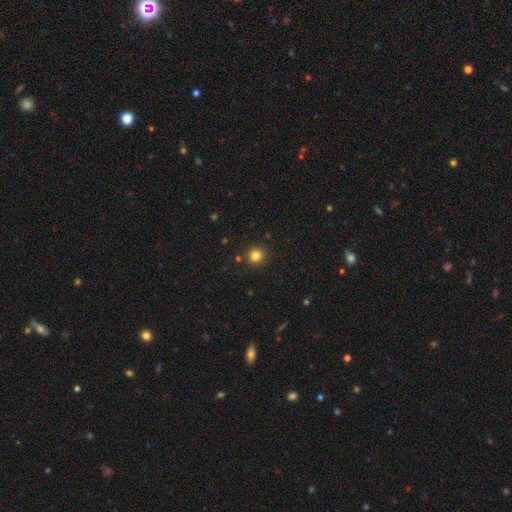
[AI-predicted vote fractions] Smooth or featured: smooth — 82% (star or artifact — 14%)
How rounded: round — 94% (in between — 5%)
Merging: none — 90% (minor disturbance — 6%)